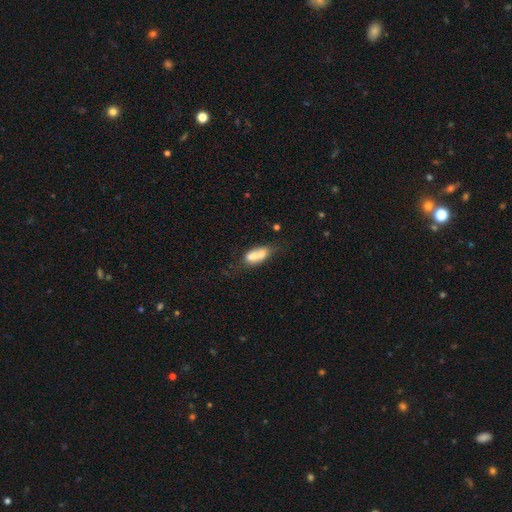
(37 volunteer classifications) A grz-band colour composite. It shows a smooth galaxy with no disk features (62%) that is in between round and cigar-shaped (83%). Merging: merger (71%).